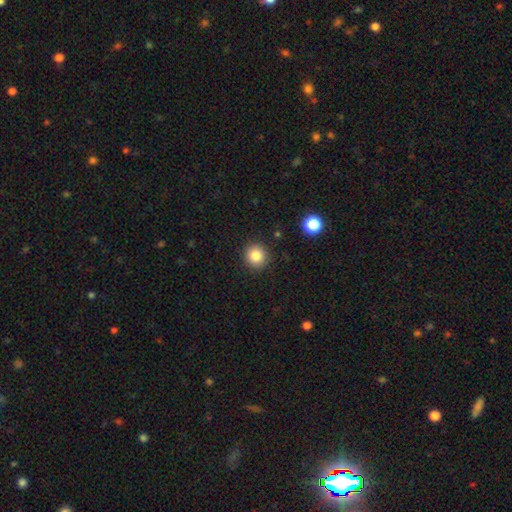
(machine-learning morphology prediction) This is clearly a smooth galaxy (84%). How rounded: clearly round (91%). Merging: clearly none (91%).